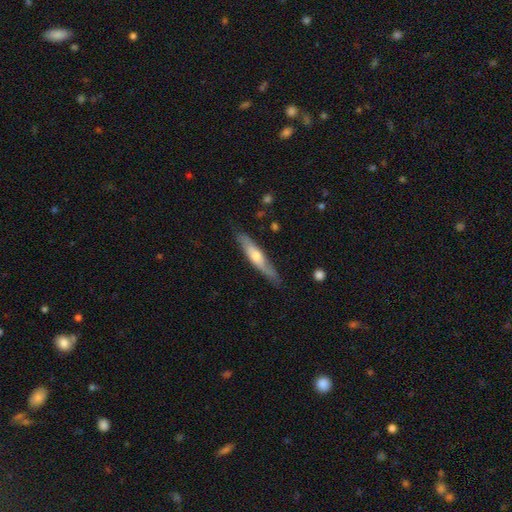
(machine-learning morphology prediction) Q: Smooth or featured?
A: featured or disk (52%); runner-up: smooth (43%)
Q: Edge-on disk?
A: yes (80%); runner-up: no (20%)
Q: Merging?
A: none (78%); runner-up: minor disturbance (17%)